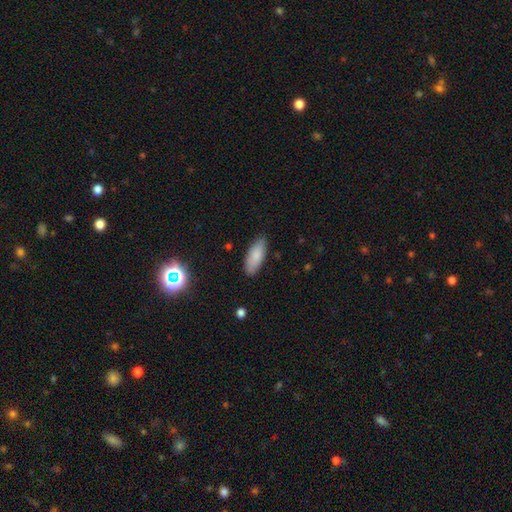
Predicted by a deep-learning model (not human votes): This is clearly a smooth galaxy (85%). How rounded: likely in between (76%). Merging: clearly none (84%).